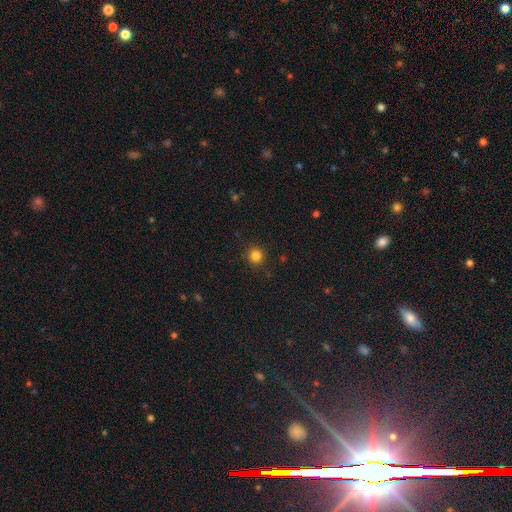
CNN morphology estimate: A smooth galaxy with no disk features (83%) that is round (94%). Merging: none (91%).